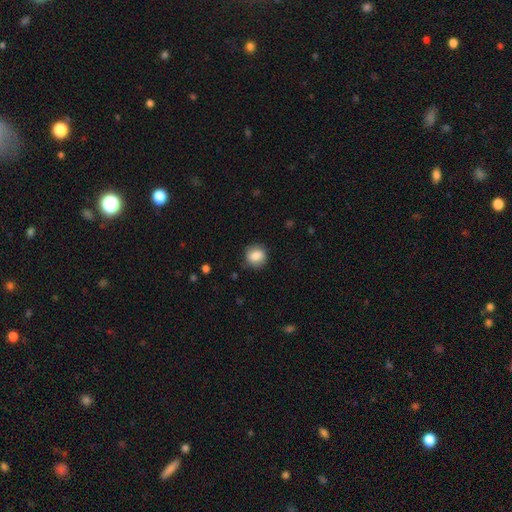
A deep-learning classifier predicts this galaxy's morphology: smooth_or_featured: smooth (p=0.80) [alt: featured or disk p=0.12]
how_rounded: round (p=0.83) [alt: in between p=0.16]
merging: none (p=0.83) [alt: minor disturbance p=0.12]